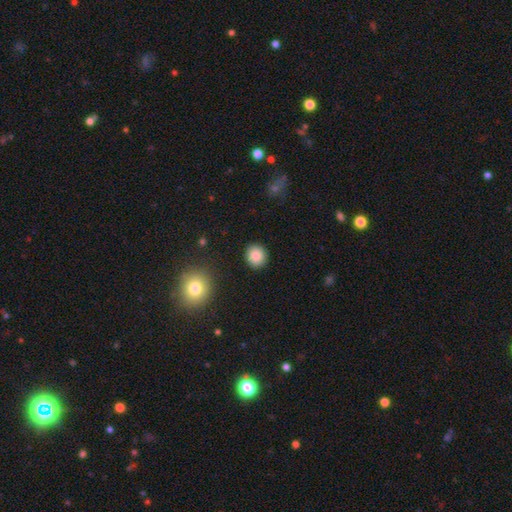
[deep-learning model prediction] Overall: smooth (86%). How rounded: round (88%). Merging: none (91%).